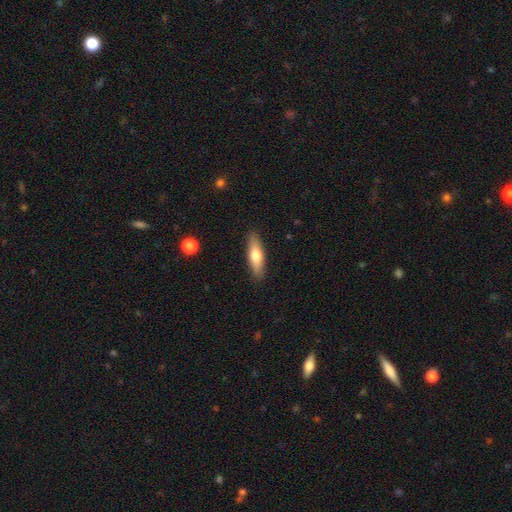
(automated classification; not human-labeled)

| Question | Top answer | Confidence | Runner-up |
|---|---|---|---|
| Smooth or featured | smooth | 65% | featured or disk (29%) |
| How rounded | cigar-shaped | 58% | in between (39%) |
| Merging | none | 89% | minor disturbance (8%) |